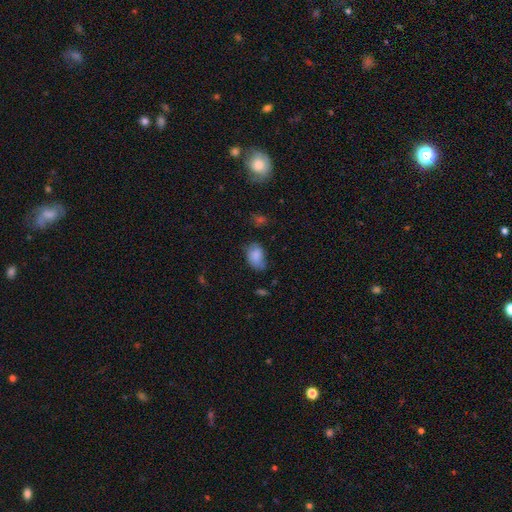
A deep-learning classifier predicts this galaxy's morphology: Smooth or featured? Predicted: smooth (p=0.82). How rounded? Predicted: in between (p=0.82). Merging? Predicted: none (p=0.57).